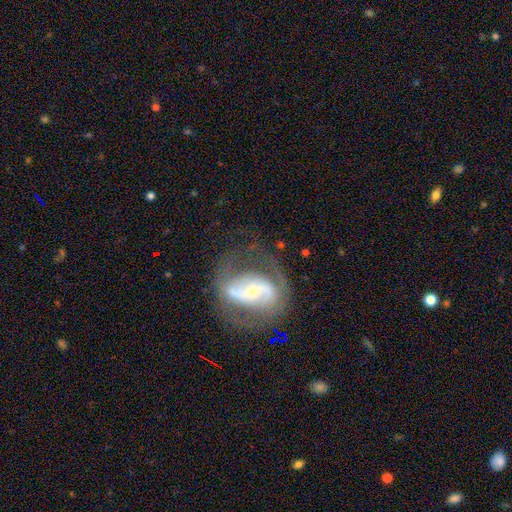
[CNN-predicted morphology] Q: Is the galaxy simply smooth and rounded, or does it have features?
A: featured or disk — 72%.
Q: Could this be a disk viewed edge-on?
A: no — 93%.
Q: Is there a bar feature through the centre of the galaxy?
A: strong — 44%.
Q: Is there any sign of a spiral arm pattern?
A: yes — 76%.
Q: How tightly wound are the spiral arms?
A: medium — 43%.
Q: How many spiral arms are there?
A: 2 — 73%.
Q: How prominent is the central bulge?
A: small — 40%.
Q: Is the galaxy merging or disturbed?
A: none — 64%.